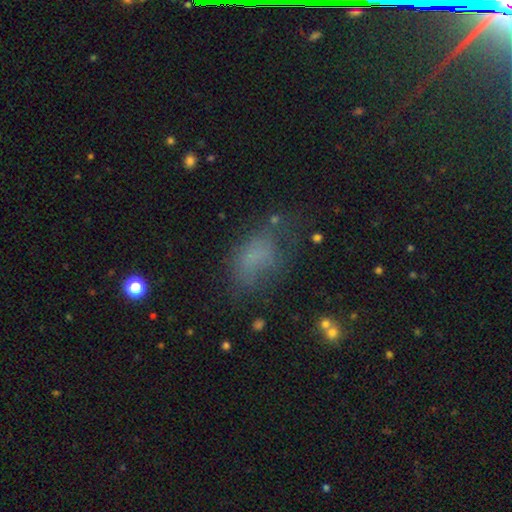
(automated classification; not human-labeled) Smooth or featured? Predicted: smooth (p=0.64). How rounded? Predicted: in between (p=0.86). Merging? Predicted: none (p=0.44).